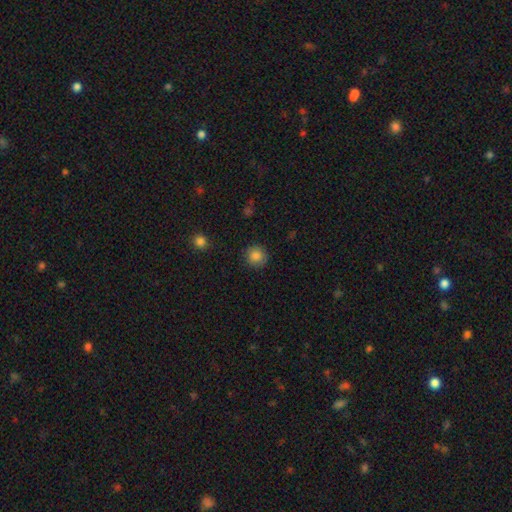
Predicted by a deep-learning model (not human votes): smooth_or_featured: smooth (p=0.85) [alt: star or artifact p=0.10]
how_rounded: round (p=0.94) [alt: in between p=0.05]
merging: none (p=0.90) [alt: minor disturbance p=0.07]